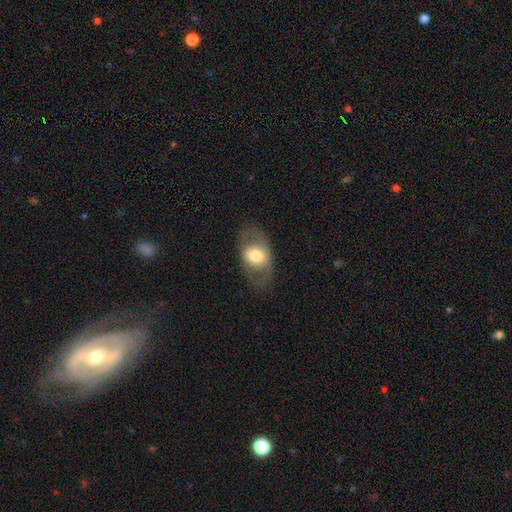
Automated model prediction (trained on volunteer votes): A smooth galaxy with no disk features (50%). Merging: none (75%).